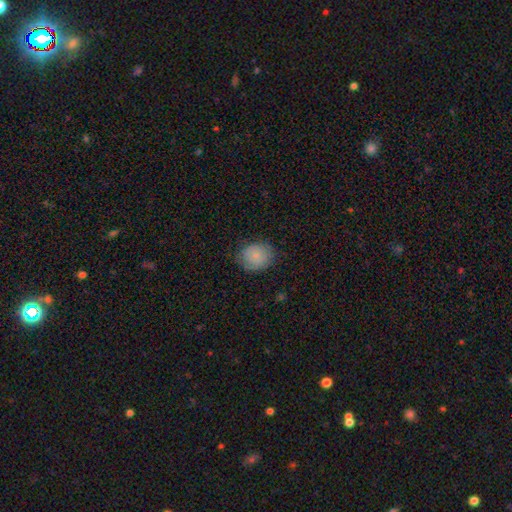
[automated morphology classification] smooth 76%, featured or disk 16%, star or artifact 8%. Down the decision tree: how rounded — round (67%); merging — none (74%).